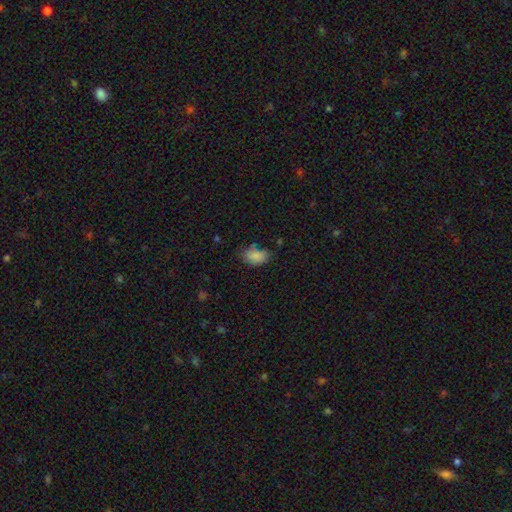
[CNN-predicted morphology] The model was most divided on "merging": none: 59%, minor disturbance: 27%, major disturbance: 8%, merger: 6%. More confident: how rounded — in between (89%); smooth or featured — smooth (83%).